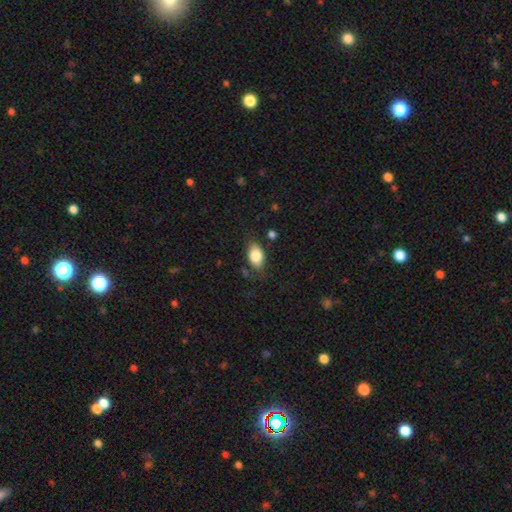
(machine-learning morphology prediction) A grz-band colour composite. It shows a smooth galaxy with no disk features (83%) that is in between round and cigar-shaped (86%). Merging: none (75%).